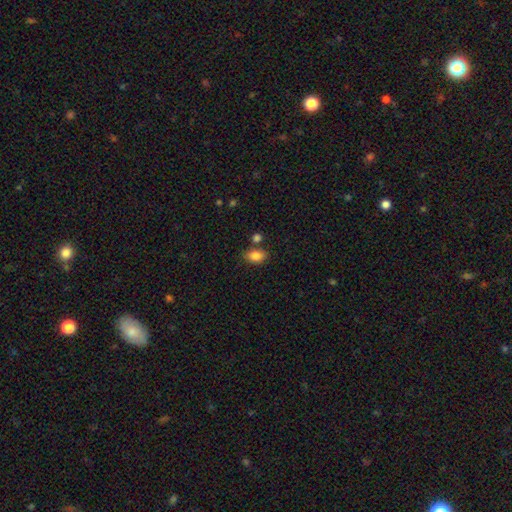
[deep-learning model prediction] Q: Smooth or featured?
A: smooth (85%); runner-up: star or artifact (9%)
Q: How rounded?
A: in between (81%); runner-up: round (17%)
Q: Merging?
A: none (72%); runner-up: minor disturbance (14%)